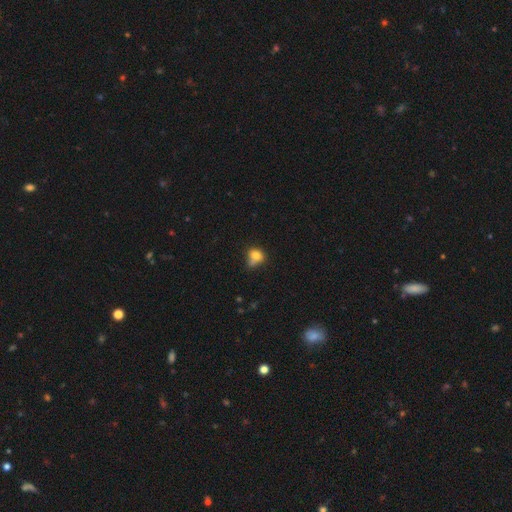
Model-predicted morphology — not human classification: smooth-or-featured: smooth: 77% | star or artifact: 12% | featured or disk: 11%
  how-rounded: round: 60% | in between: 39% | cigar-shaped: 1%
  merging: none: 40% | minor disturbance: 30% | merger: 18% | major disturbance: 13%